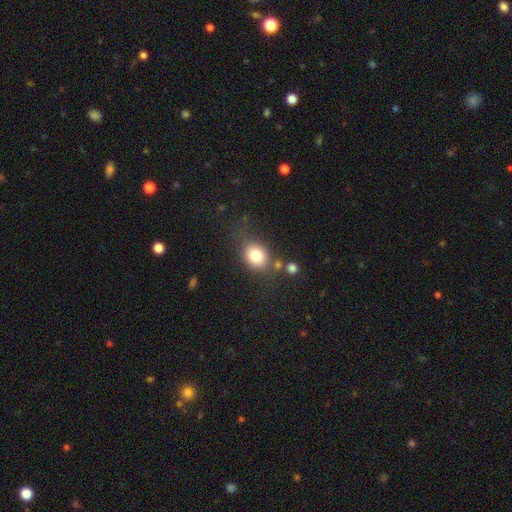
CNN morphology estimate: Smooth or featured? Predicted: smooth (p=0.79). How rounded? Predicted: round (p=0.58). Merging? Predicted: none (p=0.66).